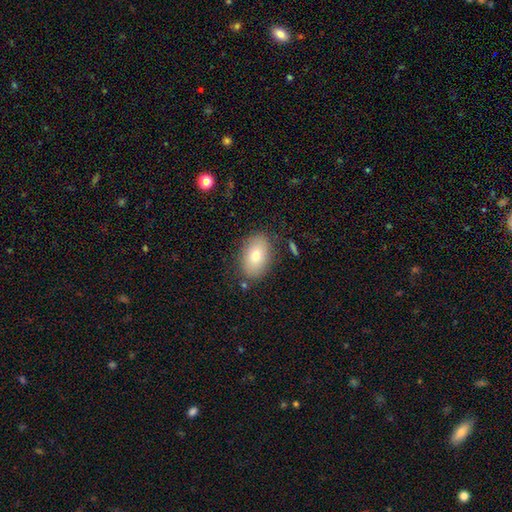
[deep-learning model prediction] smooth 76%, featured or disk 16%, star or artifact 8%. Down the decision tree: how rounded — in between (88%); merging — none (83%).